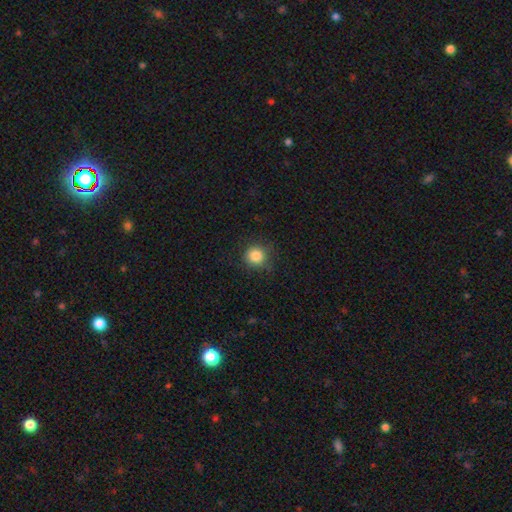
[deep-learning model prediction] A smooth galaxy with no disk features (85%) that is round (93%).

Vote fractions:
- Smooth or featured? smooth: 85% / star or artifact: 11% / featured or disk: 5%
- How rounded? round: 93% / in between: 6% / cigar-shaped: 1%
- Merging? none: 84% / minor disturbance: 12% / major disturbance: 3% / merger: 1%